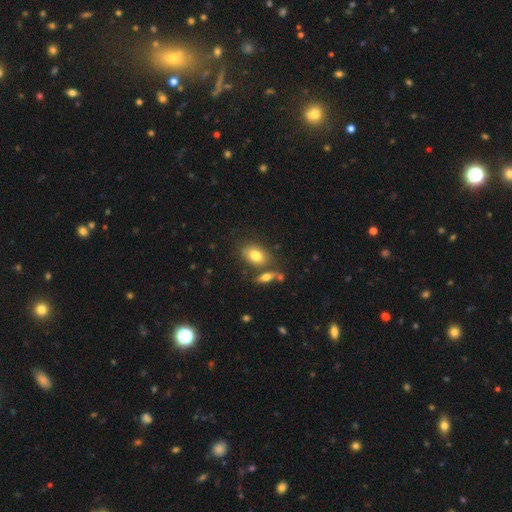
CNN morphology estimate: type=smooth (78%); roundness=in between (82%); merging=none (66%).